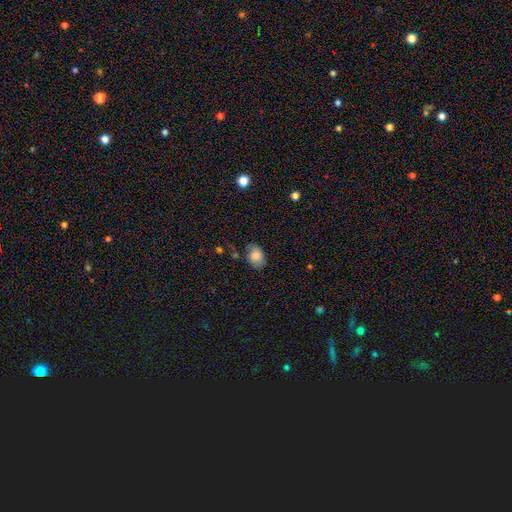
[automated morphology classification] Smooth or featured? Predicted: smooth (p=0.76). How rounded? Predicted: in between (p=0.79). Merging? Predicted: none (p=0.66).